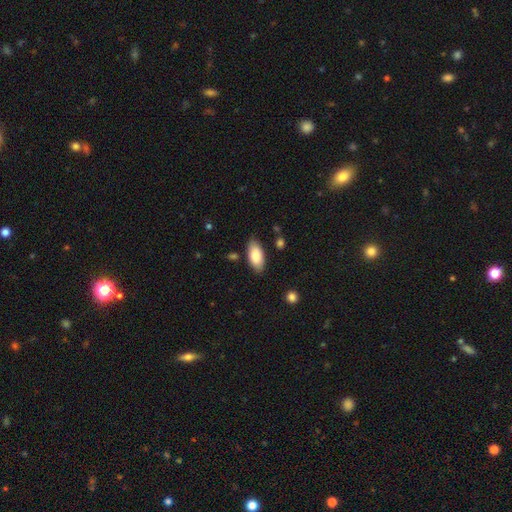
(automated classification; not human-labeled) Smooth or featured? Predicted: smooth (p=0.82). How rounded? Predicted: in between (p=0.91). Merging? Predicted: none (p=0.85).